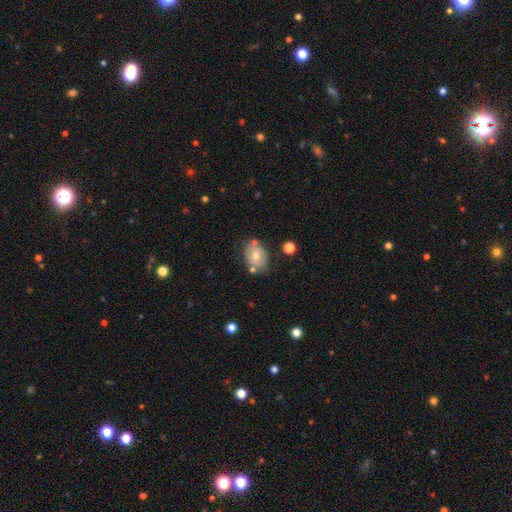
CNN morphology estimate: A smooth galaxy with no disk features (55%) that is in between round and cigar-shaped (63%).

Vote fractions:
- Smooth or featured? smooth: 55% / featured or disk: 36% / star or artifact: 8%
- How rounded? in between: 63% / round: 36% / cigar-shaped: 1%
- Merging? none: 64% / minor disturbance: 19% / merger: 11% / major disturbance: 5%